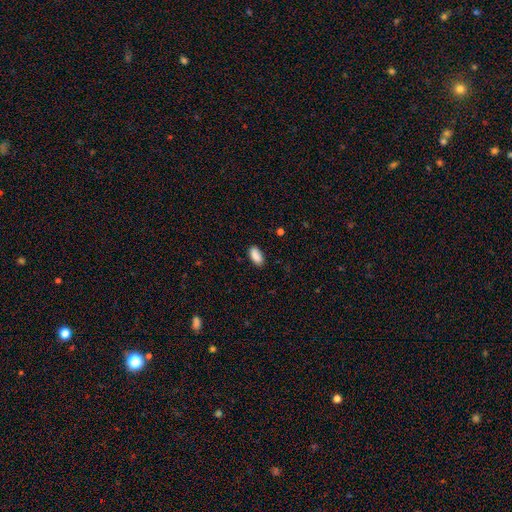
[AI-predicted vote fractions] Q: Smooth or featured?
A: smooth (89%); runner-up: star or artifact (7%)
Q: How rounded?
A: in between (92%); runner-up: cigar-shaped (5%)
Q: Merging?
A: none (85%); runner-up: minor disturbance (11%)